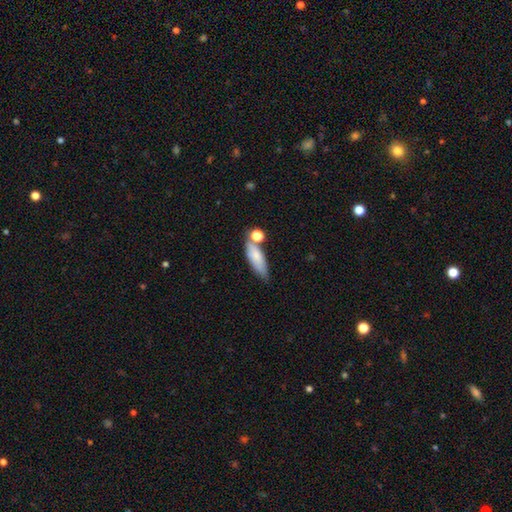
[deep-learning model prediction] A smooth galaxy with no disk features (73%) that is in between round and cigar-shaped (57%).

Vote fractions:
- Smooth or featured? smooth: 73% / featured or disk: 20% / star or artifact: 8%
- How rounded? in between: 57% / cigar-shaped: 39% / round: 4%
- Merging? none: 55% / minor disturbance: 20% / merger: 19% / major disturbance: 6%